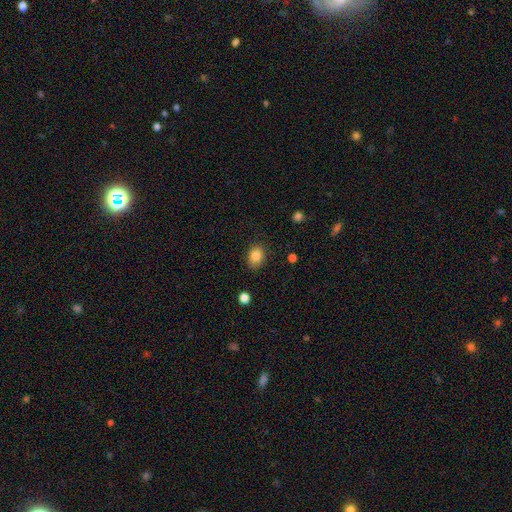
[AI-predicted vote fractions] Smooth or featured? Predicted: smooth (p=0.85). How rounded? Predicted: in between (p=0.62). Merging? Predicted: none (p=0.82).